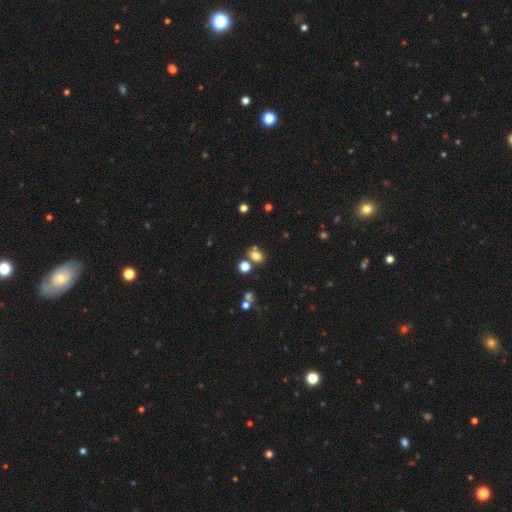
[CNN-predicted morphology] A smooth galaxy with no disk features (74%) that is in between round and cigar-shaped (49%, tied with round).

Vote fractions:
- Smooth or featured? smooth: 74% / star or artifact: 17% / featured or disk: 9%
- How rounded? in between: 49% (tied) / round: 49% (tied) / cigar-shaped: 1%
- Merging? none: 66% / merger: 17% / minor disturbance: 12% / major disturbance: 4%